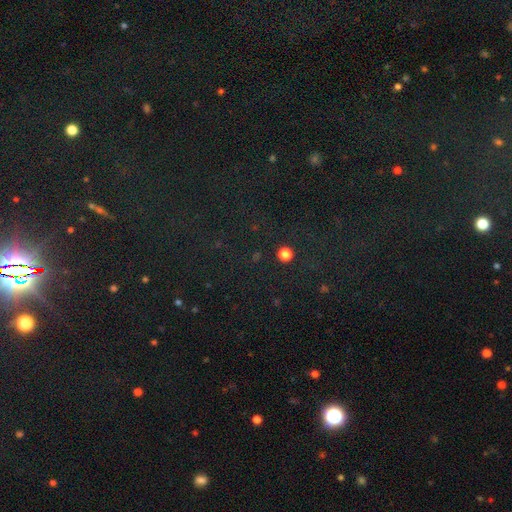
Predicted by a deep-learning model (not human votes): A star or artifact, not a galaxy (80%).

Vote fractions:
- Smooth or featured? star or artifact: 80% / smooth: 12% / featured or disk: 8%